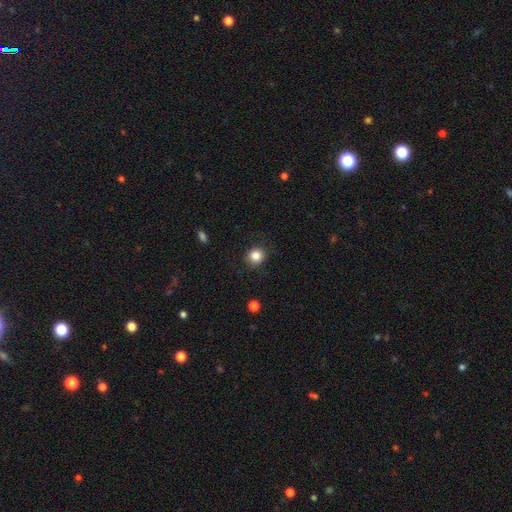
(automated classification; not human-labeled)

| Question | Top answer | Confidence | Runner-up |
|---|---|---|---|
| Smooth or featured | smooth | 85% | star or artifact (10%) |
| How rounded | round | 88% | in between (11%) |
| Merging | none | 88% | minor disturbance (8%) |